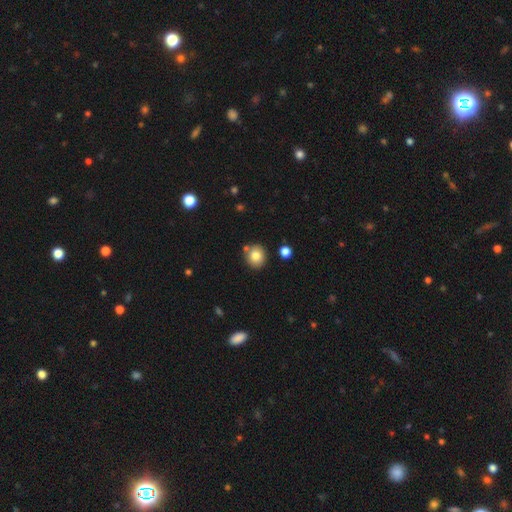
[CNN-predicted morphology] Smooth or featured? smooth (81%)
How rounded? round (85%)
Merging? none (78%)